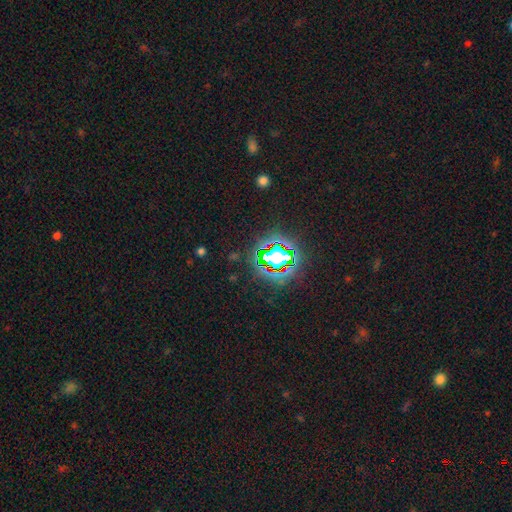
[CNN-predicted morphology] Smooth or featured: star or artifact — 81% (smooth — 11%)